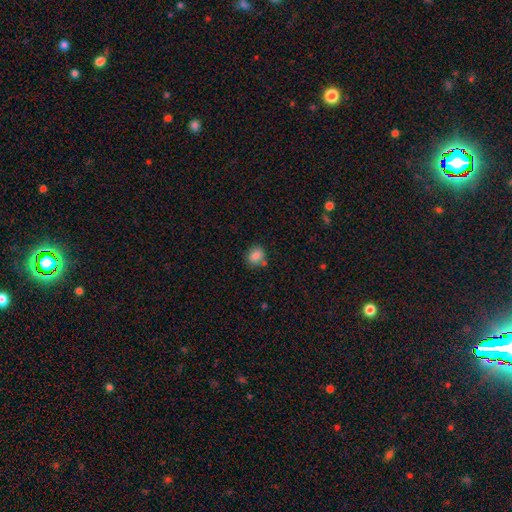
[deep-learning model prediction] smooth_or_featured: smooth (p=0.84) [alt: star or artifact p=0.10]
how_rounded: round (p=0.74) [alt: in between p=0.26]
merging: none (p=0.74) [alt: minor disturbance p=0.14]